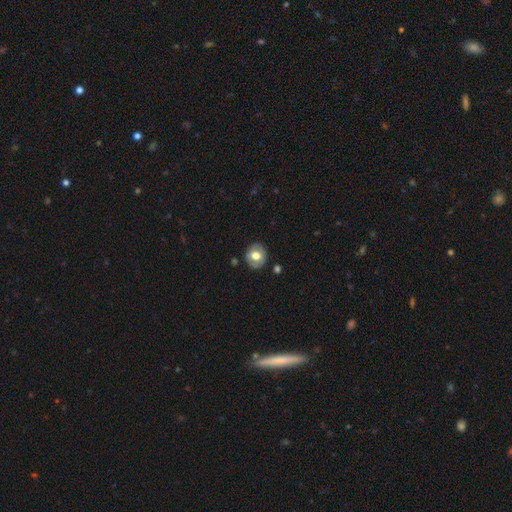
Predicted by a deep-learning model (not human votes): Overall: smooth (59%; featured or disk 34%). How rounded: round (78%). Merging: none (84%).